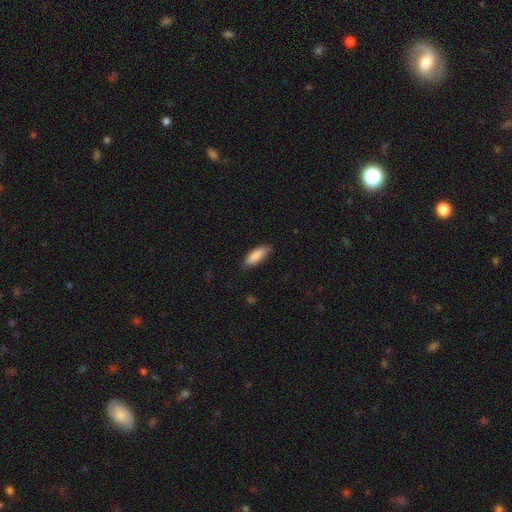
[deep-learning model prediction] smooth-or-featured: smooth: 86% | featured or disk: 8% | star or artifact: 6%
  how-rounded: in between: 64% | cigar-shaped: 34% | round: 2%
  merging: none: 82% | minor disturbance: 14% | major disturbance: 2% | merger: 1%